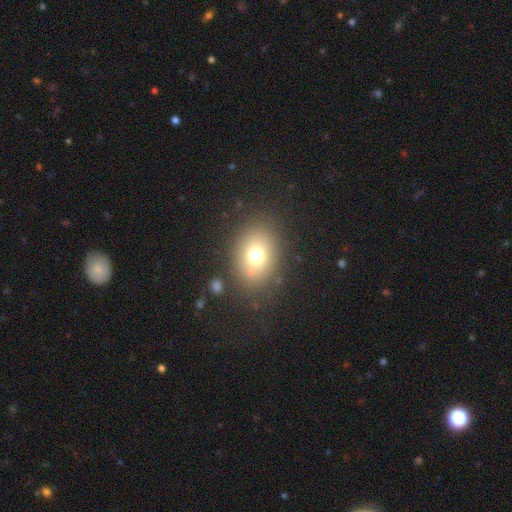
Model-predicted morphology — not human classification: Q: Smooth or featured?
A: smooth (71%); runner-up: star or artifact (15%)
Q: How rounded?
A: in between (52%); runner-up: round (47%)
Q: Merging?
A: none (79%); runner-up: minor disturbance (11%)